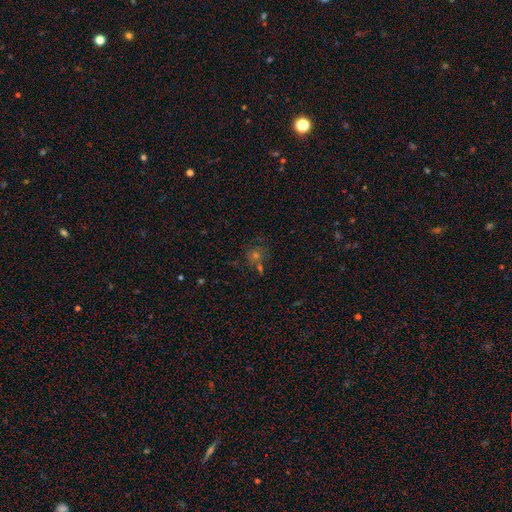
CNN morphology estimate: Q: Smooth or featured?
A: smooth (43%); runner-up: star or artifact (38%)
Q: Merging?
A: none (63%); runner-up: merger (18%)